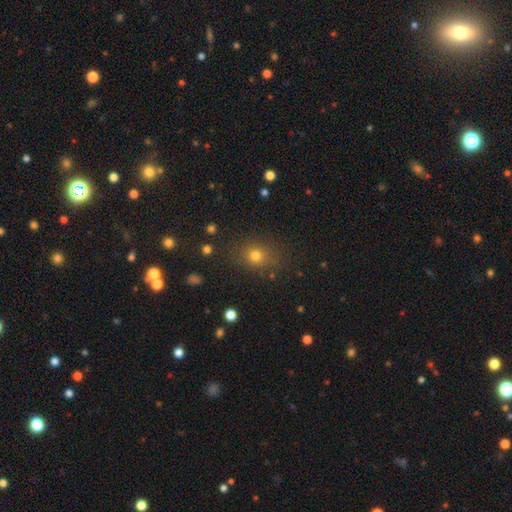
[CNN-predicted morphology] This is likely a smooth galaxy (73%). How rounded: likely round (65%). Merging: clearly none (83%).